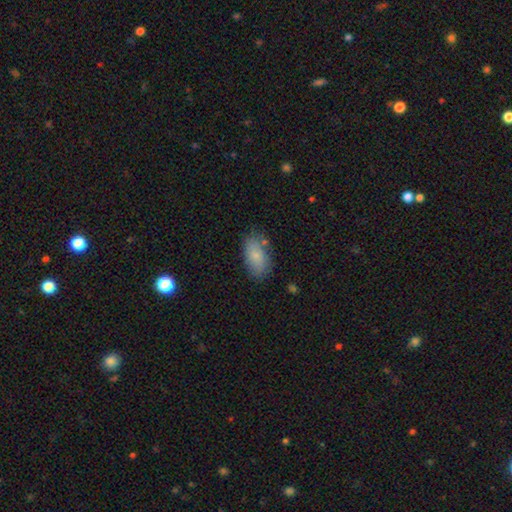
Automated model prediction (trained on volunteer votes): A smooth galaxy with no disk features (81%) that is in between round and cigar-shaped (92%). Merging: none (74%).